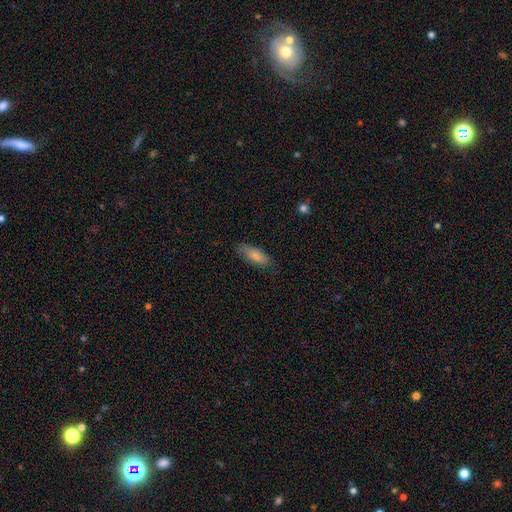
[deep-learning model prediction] This appears to be a smooth galaxy with no disk features (81%) that is in between round and cigar-shaped (72%). Merging: none (76%).